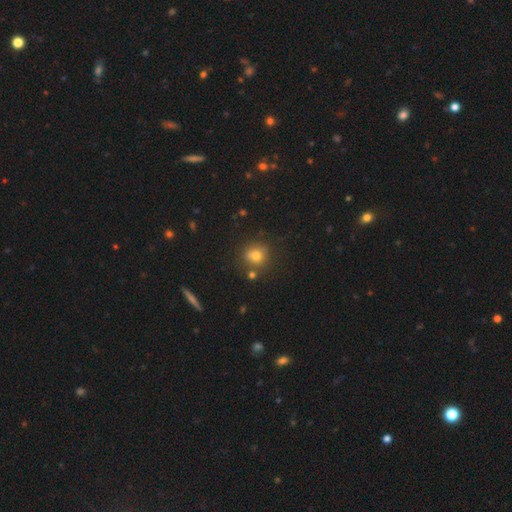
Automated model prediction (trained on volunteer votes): smooth-or-featured: smooth: 76% | star or artifact: 14% | featured or disk: 10%
  how-rounded: round: 83% | in between: 15% | cigar-shaped: 1%
  merging: none: 75% | minor disturbance: 12% | merger: 9% | major disturbance: 4%